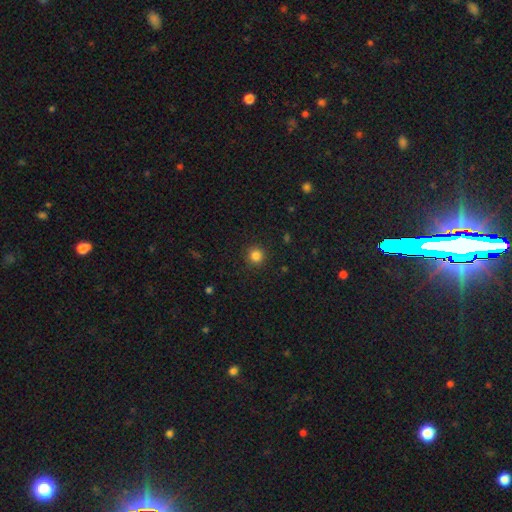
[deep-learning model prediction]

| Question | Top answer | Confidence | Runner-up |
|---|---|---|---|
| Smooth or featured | smooth | 84% | star or artifact (12%) |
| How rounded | round | 94% | in between (5%) |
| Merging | none | 92% | minor disturbance (5%) |